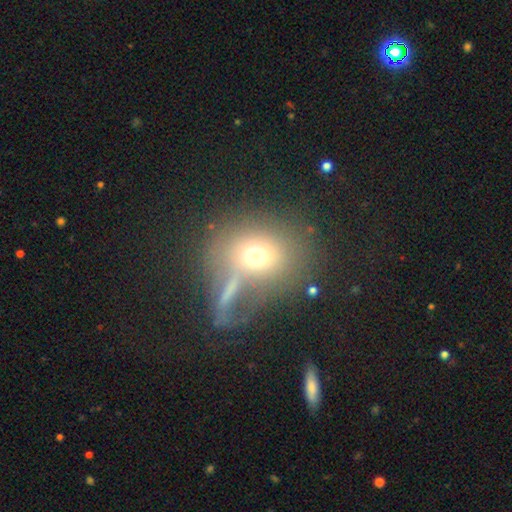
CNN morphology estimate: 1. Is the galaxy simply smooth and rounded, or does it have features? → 66% smooth, 20% featured or disk, 14% star or artifact.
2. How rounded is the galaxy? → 67% round, 31% in between, 2% cigar-shaped.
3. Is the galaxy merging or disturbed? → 46% none, 24% merger, 16% major disturbance, 14% minor disturbance.